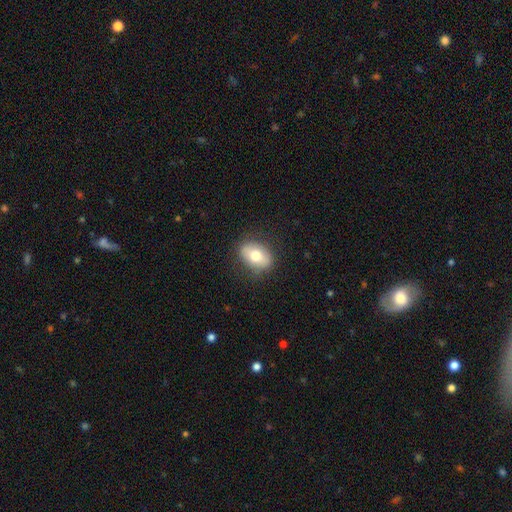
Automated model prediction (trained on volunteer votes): smooth-or-featured: smooth: 69% | featured or disk: 23% | star or artifact: 8%
  how-rounded: in between: 77% | round: 21% | cigar-shaped: 2%
  merging: none: 83% | minor disturbance: 12% | major disturbance: 4% | merger: 1%